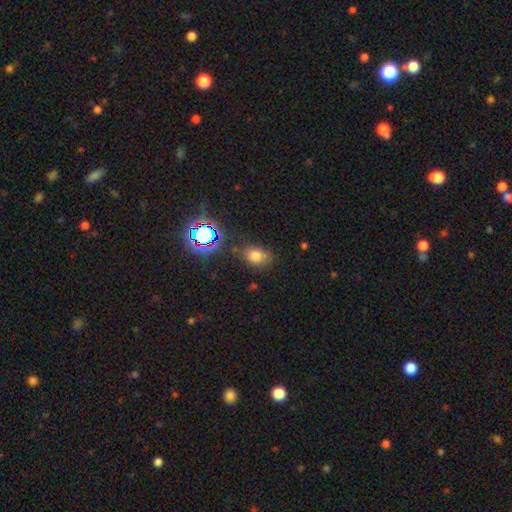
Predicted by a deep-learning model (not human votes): Smooth or featured?
  - smooth: 71% *
  - star or artifact: 20%
  - featured or disk: 9%
How rounded?
  - in between: 73% *
  - round: 25%
  - cigar-shaped: 2%
Merging?
  - none: 75% *
  - minor disturbance: 17%
  - major disturbance: 5%
  - merger: 4%